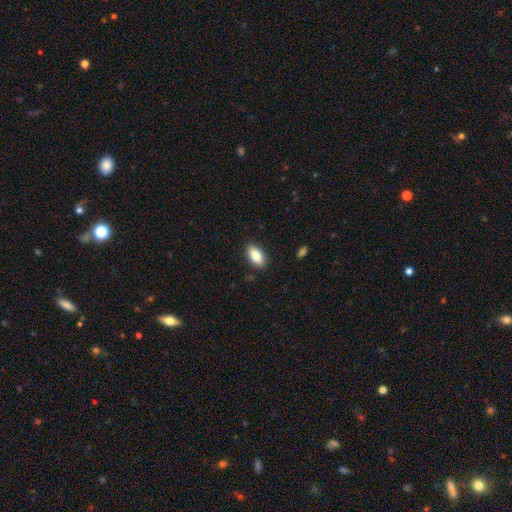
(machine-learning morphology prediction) A smooth galaxy with no disk features (84%) that is in between round and cigar-shaped (91%).

Vote fractions:
- Smooth or featured? smooth: 84% / featured or disk: 9% / star or artifact: 7%
- How rounded? in between: 91% / cigar-shaped: 5% / round: 4%
- Merging? none: 88% / minor disturbance: 9% / major disturbance: 2% / merger: 1%